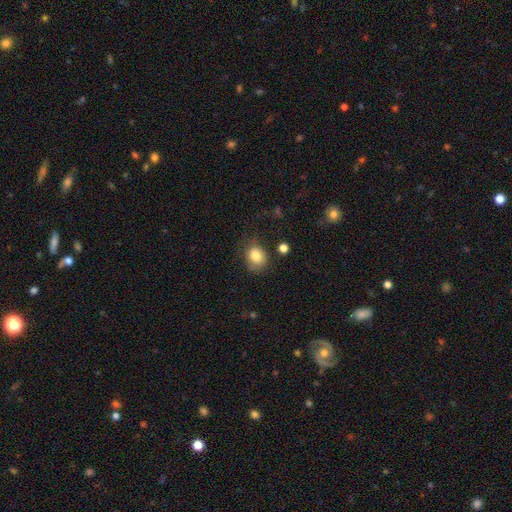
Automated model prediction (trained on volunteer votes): This is clearly a smooth galaxy (82%). How rounded: likely round (62%). Merging: likely none (69%).